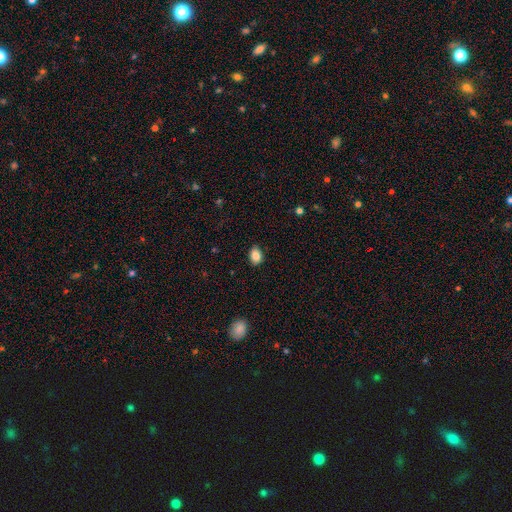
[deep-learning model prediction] smooth-or-featured: smooth: 85% | star or artifact: 9% | featured or disk: 6%
  how-rounded: in between: 75% | round: 24% | cigar-shaped: 1%
  merging: none: 85% | minor disturbance: 12% | major disturbance: 2% | merger: 1%